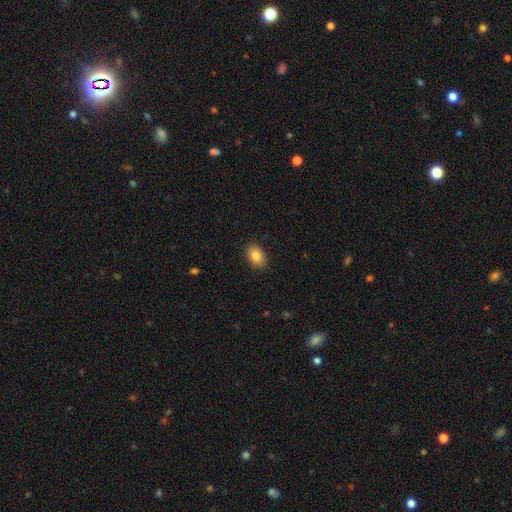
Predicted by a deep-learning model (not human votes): Morphology: type=smooth (85%); roundness=in between (80%); merging=none (89%).